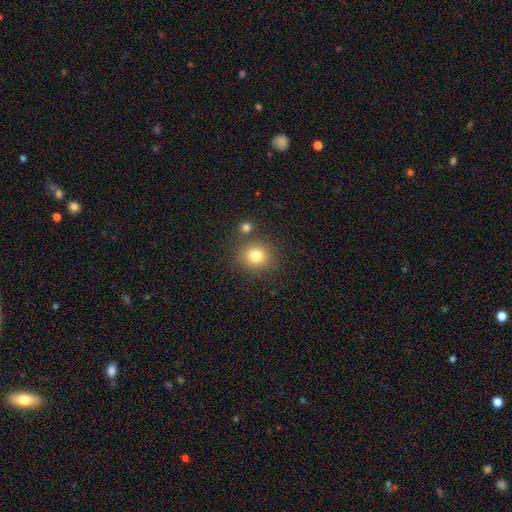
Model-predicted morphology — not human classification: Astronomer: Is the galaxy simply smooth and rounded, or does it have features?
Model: smooth — 79%.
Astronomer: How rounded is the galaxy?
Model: round — 87%.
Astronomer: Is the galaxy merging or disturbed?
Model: none — 78%.